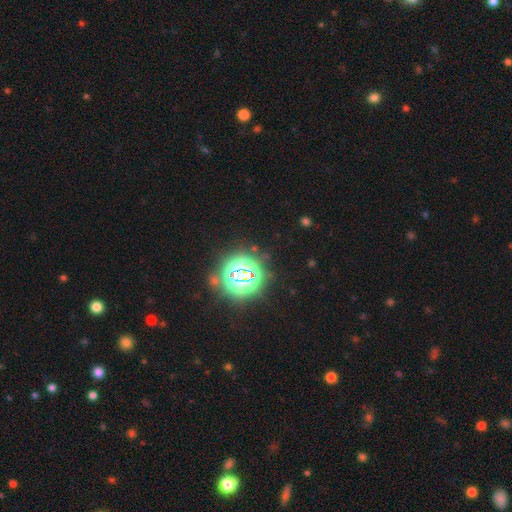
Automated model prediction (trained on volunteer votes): Smooth or featured? Predicted: star or artifact (p=0.82).